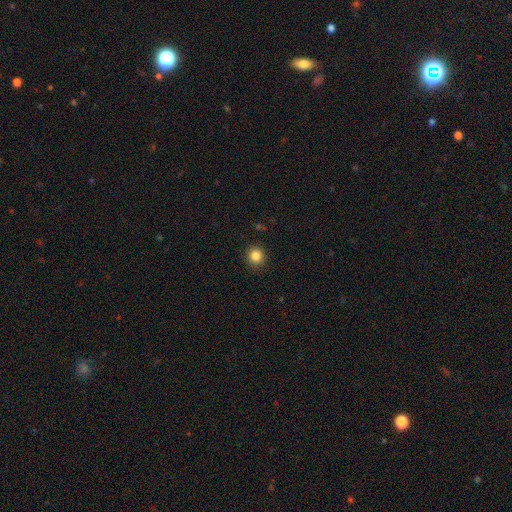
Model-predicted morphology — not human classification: This appears to be a smooth galaxy with no disk features (84%) that is round (91%). Merging: none (91%).